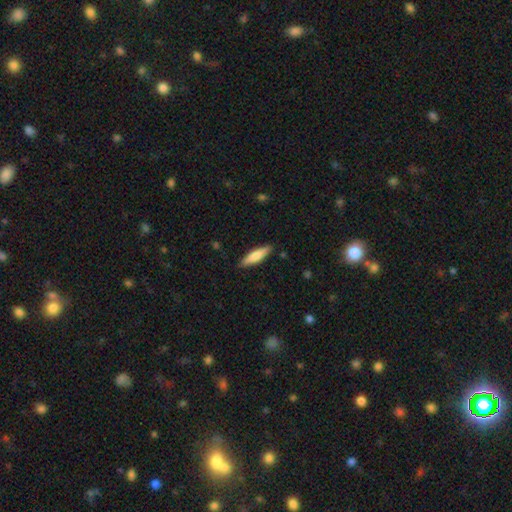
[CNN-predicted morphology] smooth 67%, featured or disk 27%, star or artifact 6%. Down the decision tree: how rounded — cigar-shaped (73%); merging — none (88%).